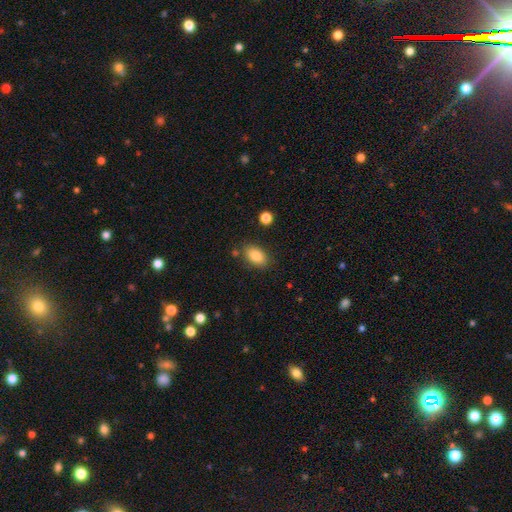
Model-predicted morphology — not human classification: A smooth galaxy with no disk features (85%) that is in between round and cigar-shaped (90%).

Vote fractions:
- Smooth or featured? smooth: 85% / star or artifact: 8% / featured or disk: 7%
- How rounded? in between: 90% / round: 8% / cigar-shaped: 2%
- Merging? none: 81% / minor disturbance: 12% / merger: 4% / major disturbance: 3%